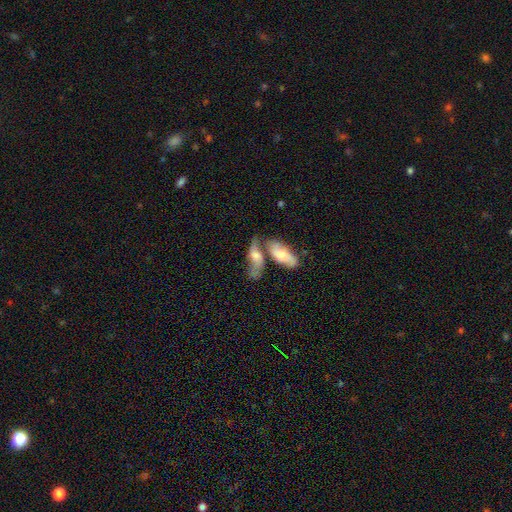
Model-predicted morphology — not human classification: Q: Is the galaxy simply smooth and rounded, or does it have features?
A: smooth — 46%, tied with featured or disk.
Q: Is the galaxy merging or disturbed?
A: merger — 53%.